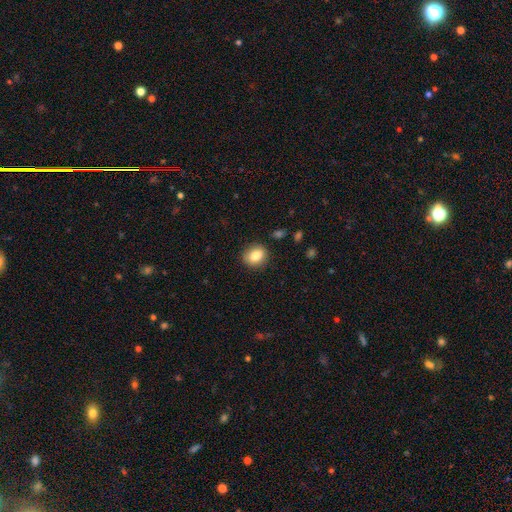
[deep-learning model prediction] Smooth or featured? smooth (83%)
How rounded? round (67%)
Merging? none (88%)